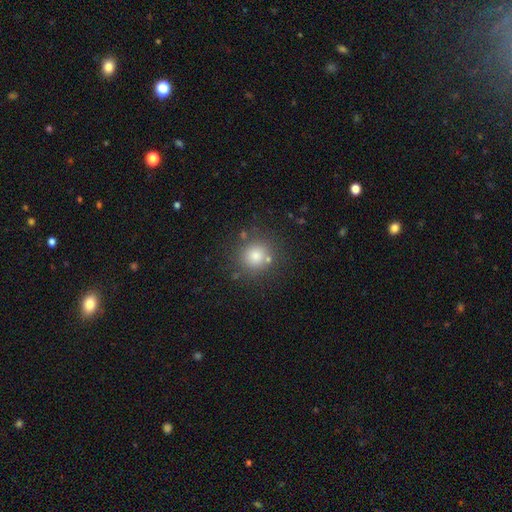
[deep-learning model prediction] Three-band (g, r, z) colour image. It shows a smooth galaxy with no disk features (78%) that is round (91%). Merging: none (80%).